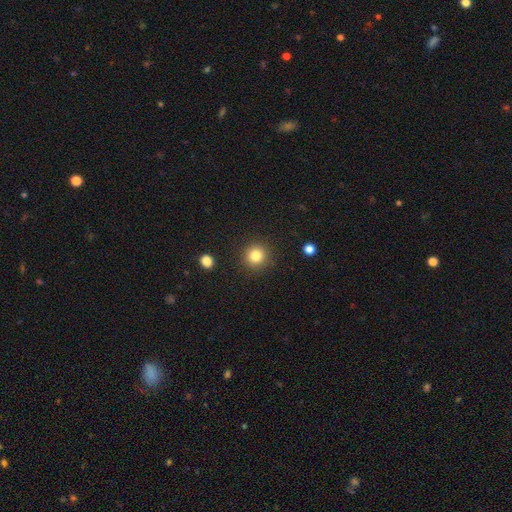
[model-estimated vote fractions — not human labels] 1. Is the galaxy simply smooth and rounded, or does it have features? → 83% smooth, 12% star or artifact, 6% featured or disk.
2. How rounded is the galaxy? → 93% round, 6% in between, 1% cigar-shaped.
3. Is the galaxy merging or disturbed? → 90% none, 6% minor disturbance, 2% major disturbance, 2% merger.